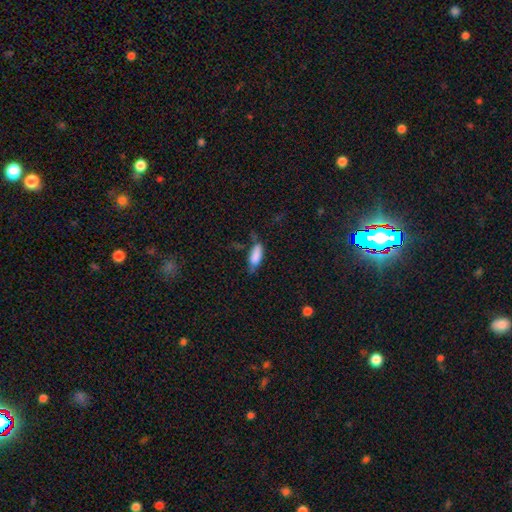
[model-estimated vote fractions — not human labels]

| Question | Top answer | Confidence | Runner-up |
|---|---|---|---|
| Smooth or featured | smooth | 84% | featured or disk (9%) |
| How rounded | in between | 77% | cigar-shaped (21%) |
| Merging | none | 47% | minor disturbance (34%) |